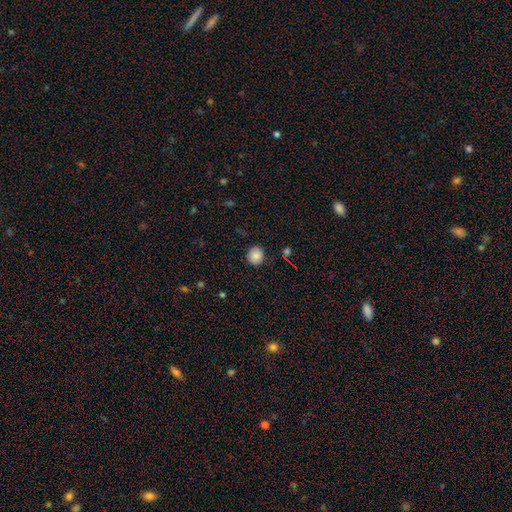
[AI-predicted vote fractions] Q: Smooth or featured?
A: smooth (86%); runner-up: star or artifact (10%)
Q: How rounded?
A: round (84%); runner-up: in between (15%)
Q: Merging?
A: none (89%); runner-up: minor disturbance (8%)